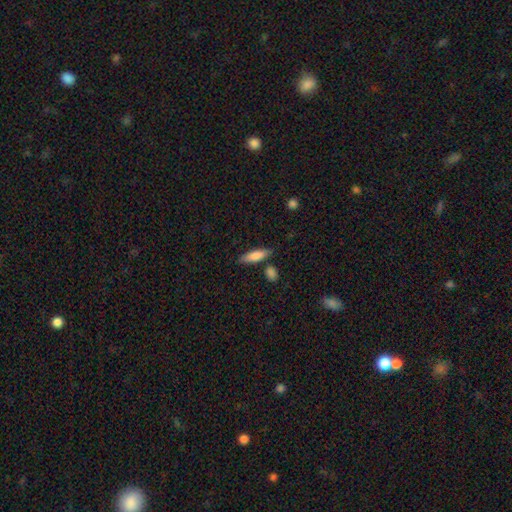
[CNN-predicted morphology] smooth-or-featured: smooth: 78% | featured or disk: 16% | star or artifact: 6%
  how-rounded: cigar-shaped: 61% | in between: 37% | round: 2%
  merging: none: 78% | minor disturbance: 13% | merger: 7% | major disturbance: 3%